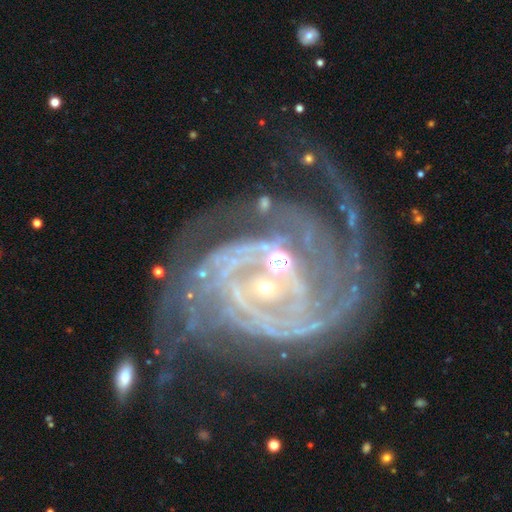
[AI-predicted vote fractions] Smooth or featured?
  - featured or disk: 91% *
  - star or artifact: 6%
  - smooth: 3%
Edge-on disk?
  - no: 98% *
  - yes: 2%
Bar?
  - no: 46% *
  - weak: 33%
  - strong: 21%
Spiral arms?
  - yes: 97% *
  - no: 3%
Spiral winding?
  - tight: 55% *
  - medium: 35%
  - loose: 10%
Spiral arm count?
  - 2: 26% *
  - 3: 22%
  - can't tell: 19%
  - 4: 14%
  - more than 4: 10%
  - 1: 9%
Bulge size?
  - small: 63% *
  - moderate: 30%
  - none: 3%
  - large: 3%
  - dominant: 1%
Merging?
  - none: 42% *
  - major disturbance: 24%
  - minor disturbance: 19%
  - merger: 15%